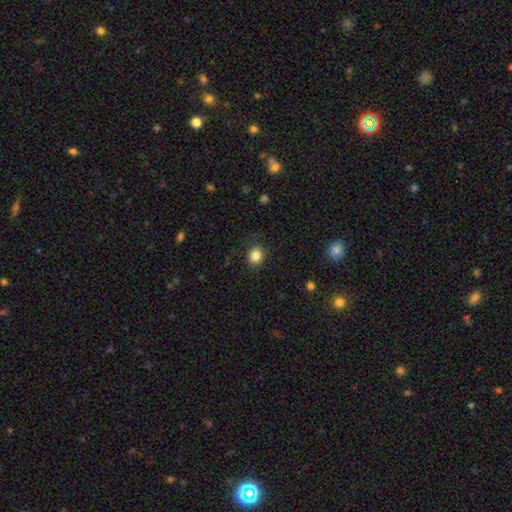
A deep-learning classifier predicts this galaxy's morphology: Smooth or featured?
  - smooth: 85% *
  - star or artifact: 10%
  - featured or disk: 5%
How rounded?
  - round: 54% *
  - in between: 45%
  - cigar-shaped: 1%
Merging?
  - none: 80% *
  - minor disturbance: 14%
  - major disturbance: 4%
  - merger: 1%